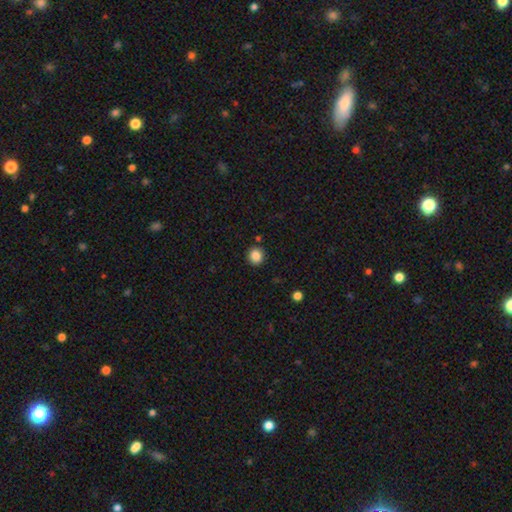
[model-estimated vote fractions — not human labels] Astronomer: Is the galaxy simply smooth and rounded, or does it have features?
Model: smooth — 86%.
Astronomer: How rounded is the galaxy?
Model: round — 89%.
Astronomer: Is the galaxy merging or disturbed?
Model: none — 89%.